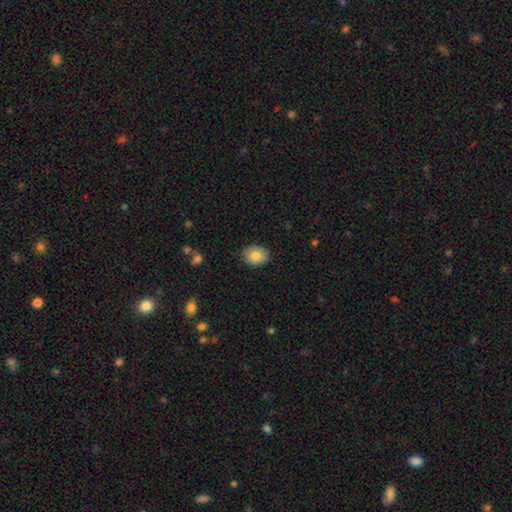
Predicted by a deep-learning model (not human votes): smooth_or_featured: smooth (p=0.83) [alt: featured or disk p=0.09]
how_rounded: in between (p=0.56) [alt: round p=0.43]
merging: none (p=0.87) [alt: minor disturbance p=0.10]